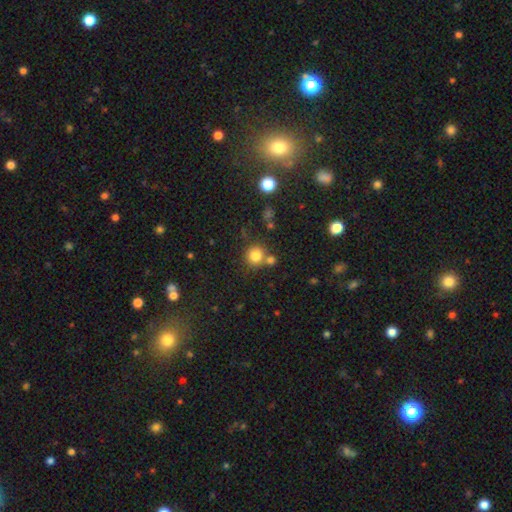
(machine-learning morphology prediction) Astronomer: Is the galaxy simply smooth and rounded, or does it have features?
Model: smooth — 80%.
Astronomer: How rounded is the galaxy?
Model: round — 90%.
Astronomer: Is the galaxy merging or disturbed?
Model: none — 69%.